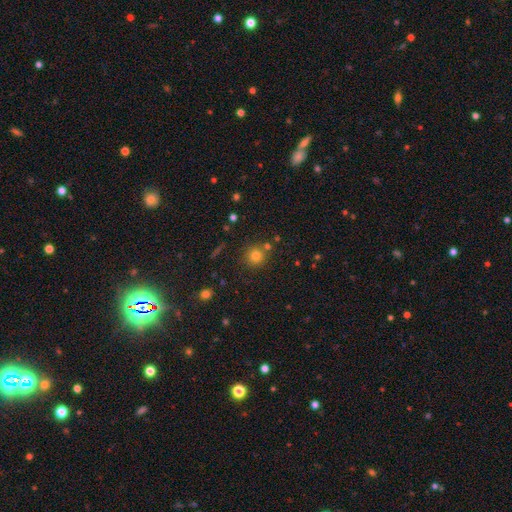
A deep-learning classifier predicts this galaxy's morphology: This appears to be a smooth galaxy with no disk features (77%) that is round (92%). Merging: none (78%).